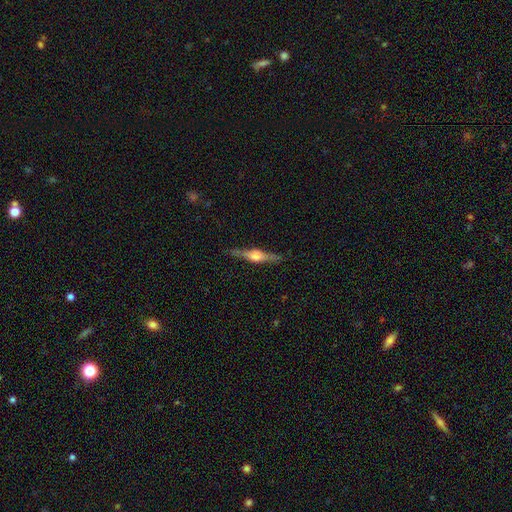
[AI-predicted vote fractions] The model was most divided on "smooth or featured": featured or disk: 77%, smooth: 17%, star or artifact: 6%. More confident: edge-on disk — yes (98%); merging — none (88%); edge-on bulge — rounded (85%).